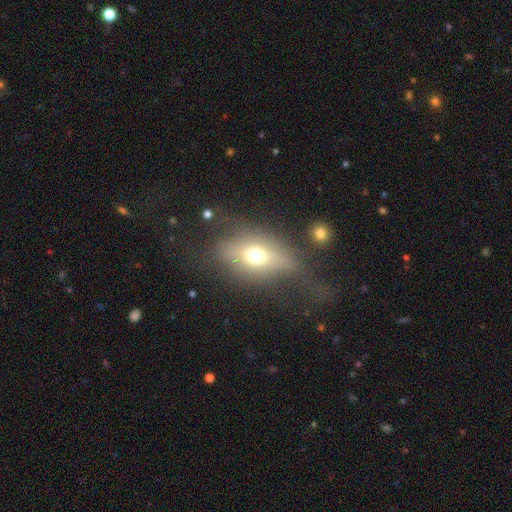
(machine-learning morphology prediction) Smooth or featured?
  - smooth: 54% *
  - featured or disk: 34%
  - star or artifact: 12%
How rounded?
  - in between: 71% *
  - round: 21%
  - cigar-shaped: 8%
Merging?
  - none: 50% *
  - major disturbance: 23%
  - minor disturbance: 23%
  - merger: 4%